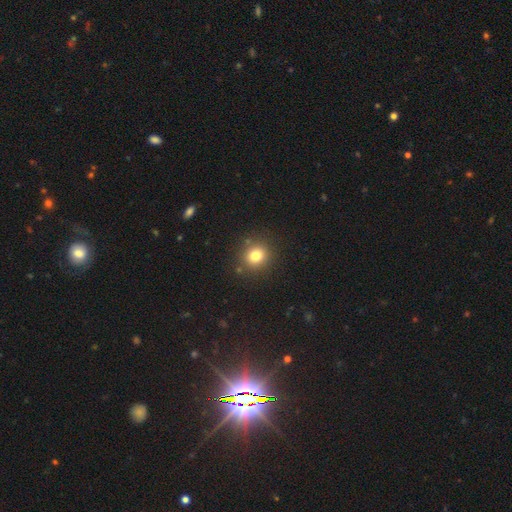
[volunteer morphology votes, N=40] This appears to be a smooth galaxy with no disk features (85%) that is round (76%). Merging: none (82%).